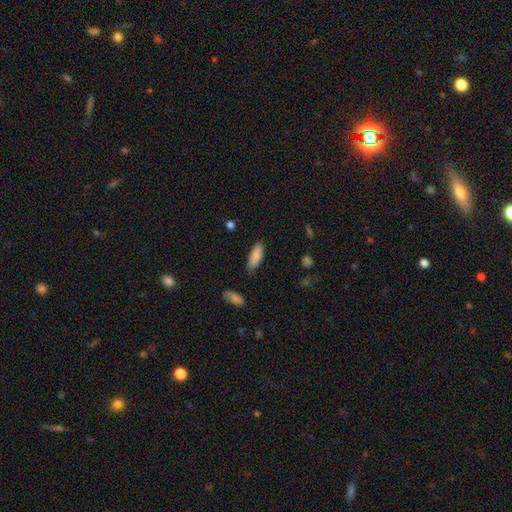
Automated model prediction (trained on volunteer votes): smooth_or_featured: smooth (p=0.87) [alt: featured or disk p=0.07]
how_rounded: in between (p=0.67) [alt: cigar-shaped p=0.32]
merging: none (p=0.78) [alt: minor disturbance p=0.16]